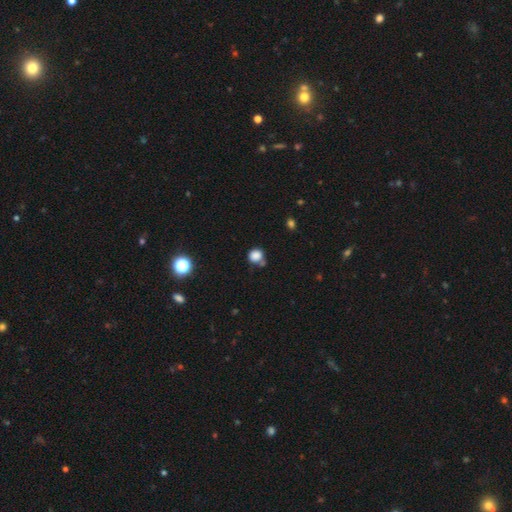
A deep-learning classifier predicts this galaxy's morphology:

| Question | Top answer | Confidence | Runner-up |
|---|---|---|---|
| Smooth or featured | smooth | 84% | star or artifact (12%) |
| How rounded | round | 83% | in between (16%) |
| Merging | none | 63% | minor disturbance (18%) |